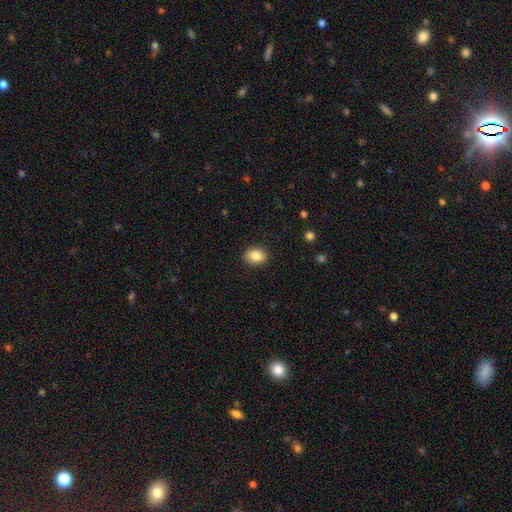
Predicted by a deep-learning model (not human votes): This is clearly a smooth galaxy (86%). How rounded: likely in between (64%). Merging: clearly none (89%).